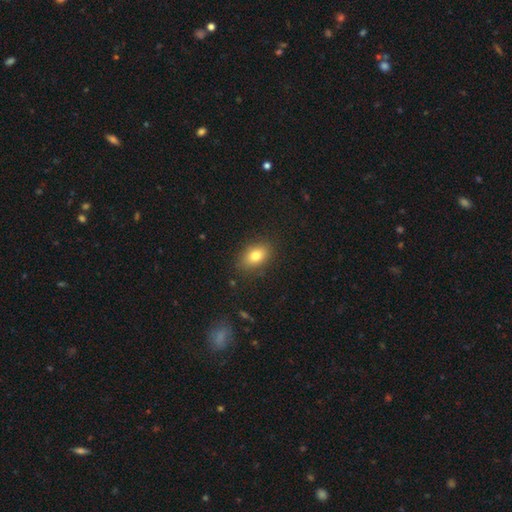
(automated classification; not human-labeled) Q: Smooth or featured?
A: smooth (80%); runner-up: featured or disk (10%)
Q: How rounded?
A: in between (79%); runner-up: round (20%)
Q: Merging?
A: none (86%); runner-up: minor disturbance (10%)